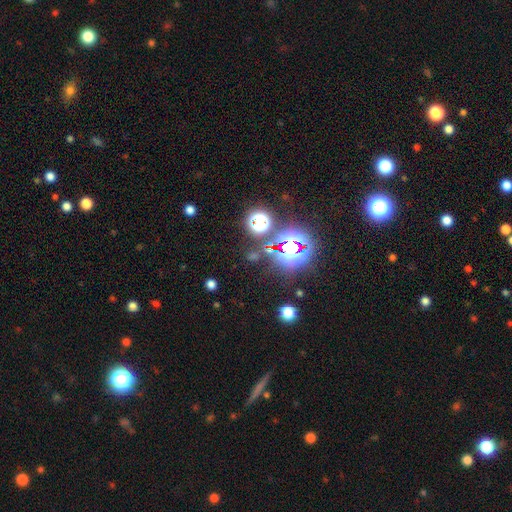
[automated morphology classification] The model was most divided on "smooth or featured": star or artifact: 75%, smooth: 17%, featured or disk: 8%.